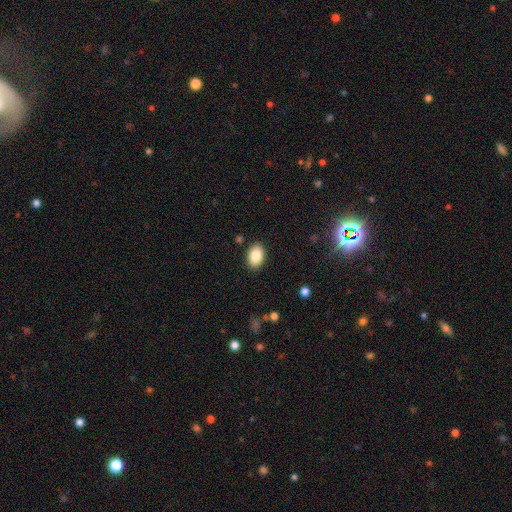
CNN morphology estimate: type=smooth (86%); roundness=in between (87%); merging=none (88%).